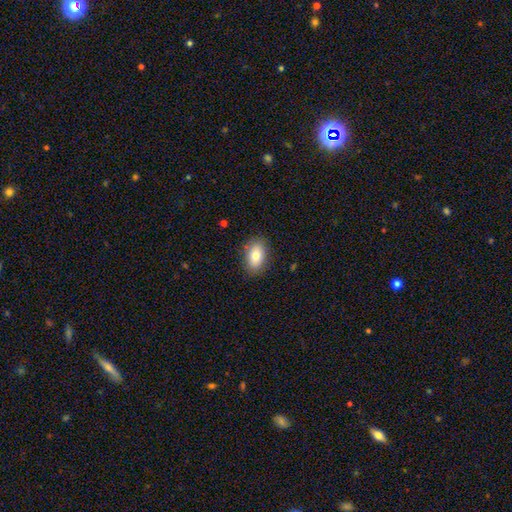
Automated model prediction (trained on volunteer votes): smooth-or-featured: smooth: 81% | featured or disk: 12% | star or artifact: 7%
  how-rounded: in between: 90% | round: 7% | cigar-shaped: 2%
  merging: none: 86% | minor disturbance: 10% | major disturbance: 3% | merger: 1%